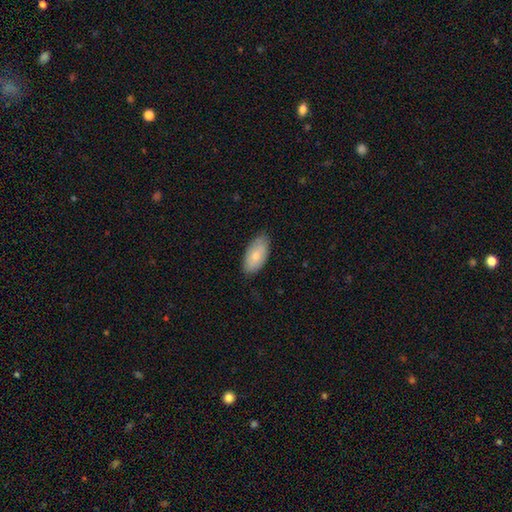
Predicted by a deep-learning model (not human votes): A smooth galaxy with no disk features (74%) that is in between round and cigar-shaped (94%).

Vote fractions:
- Smooth or featured? smooth: 74% / featured or disk: 20% / star or artifact: 6%
- How rounded? in between: 94% / cigar-shaped: 4% / round: 3%
- Merging? none: 78% / minor disturbance: 18% / major disturbance: 3% / merger: 1%